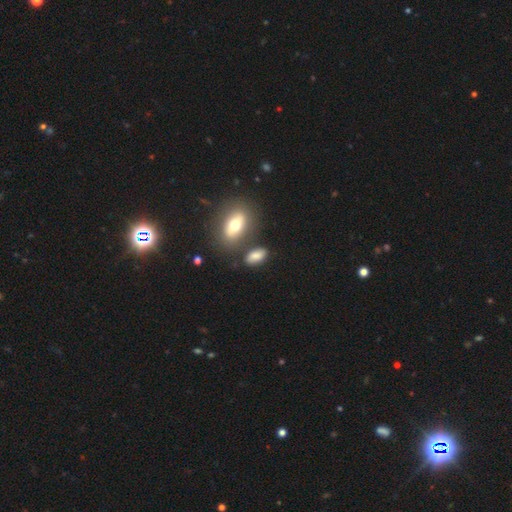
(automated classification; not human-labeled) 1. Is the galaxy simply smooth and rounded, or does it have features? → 78% smooth, 13% featured or disk, 9% star or artifact.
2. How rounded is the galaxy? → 86% in between, 8% cigar-shaped, 6% round.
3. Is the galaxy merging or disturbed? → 70% none, 15% minor disturbance, 10% merger, 5% major disturbance.